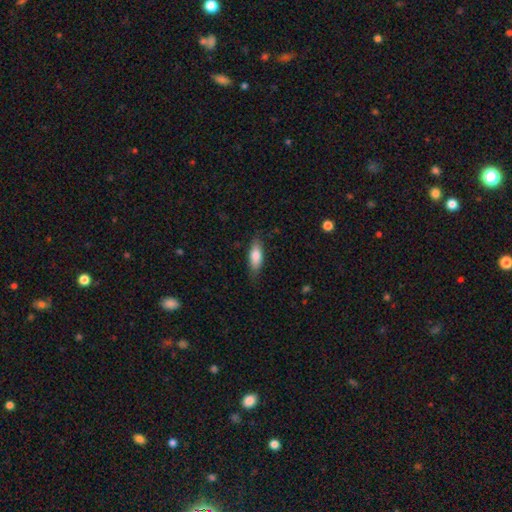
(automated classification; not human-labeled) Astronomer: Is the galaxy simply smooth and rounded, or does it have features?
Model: smooth — 77%.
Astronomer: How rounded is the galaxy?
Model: in between — 62%.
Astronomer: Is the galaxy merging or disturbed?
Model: none — 79%.